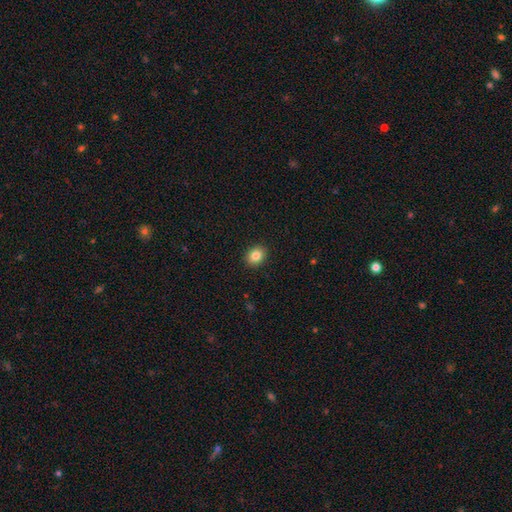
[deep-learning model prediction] The model was most divided on "how rounded": round: 52%, in between: 47%, cigar-shaped: 1%. More confident: merging — none (91%); smooth or featured — smooth (84%).